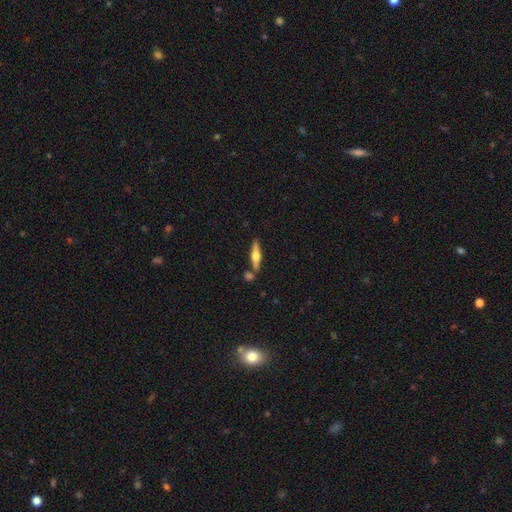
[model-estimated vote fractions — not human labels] Q: Smooth or featured?
A: featured or disk (61%); runner-up: smooth (33%)
Q: Edge-on disk?
A: yes (95%); runner-up: no (5%)
Q: Edge-on bulge?
A: rounded (94%); runner-up: boxy (4%)
Q: Merging?
A: none (77%); runner-up: merger (11%)